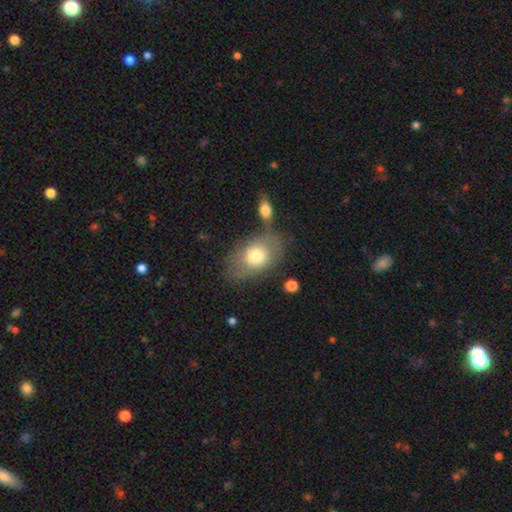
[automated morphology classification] type=smooth (71%); roundness=in between (81%); merging=none (60%).